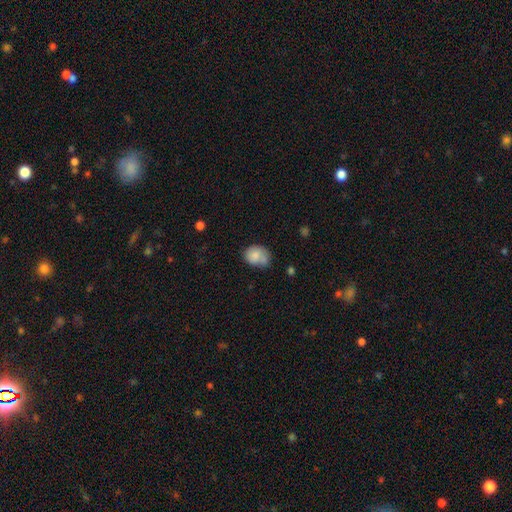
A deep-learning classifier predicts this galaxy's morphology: smooth 79%, featured or disk 13%, star or artifact 8%. Down the decision tree: how rounded — round (51%); merging — none (45%).